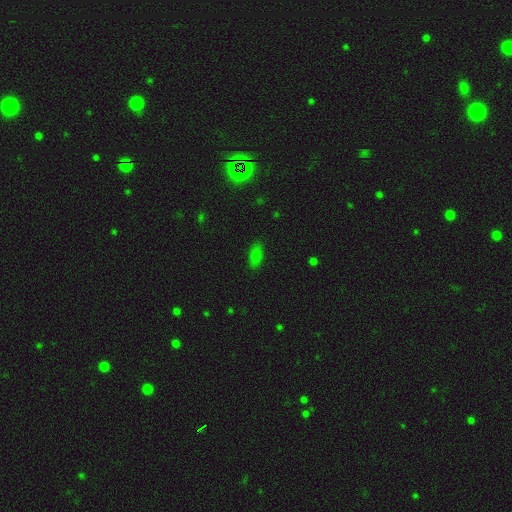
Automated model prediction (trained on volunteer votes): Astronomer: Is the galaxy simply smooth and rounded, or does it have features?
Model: smooth — 73%.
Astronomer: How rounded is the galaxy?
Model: in between — 85%.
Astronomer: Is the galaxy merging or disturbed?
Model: none — 85%.